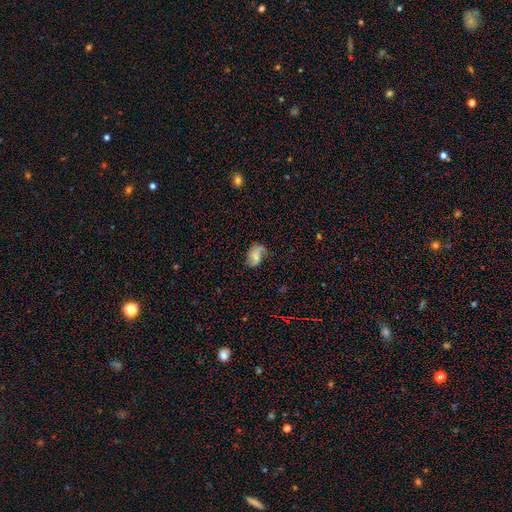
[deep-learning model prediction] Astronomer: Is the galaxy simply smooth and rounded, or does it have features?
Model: smooth — 47% (runner-up: featured or disk, 43%).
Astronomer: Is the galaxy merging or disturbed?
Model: none — 49% (runner-up: minor disturbance, 30%).